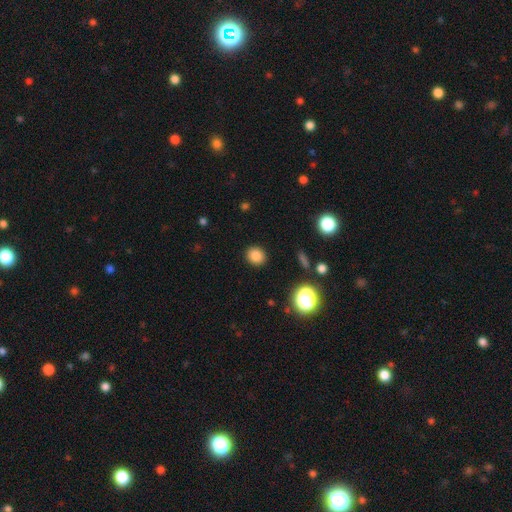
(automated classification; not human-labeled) Smooth or featured?
  - smooth: 83% *
  - star or artifact: 12%
  - featured or disk: 4%
How rounded?
  - round: 79% *
  - in between: 20%
  - cigar-shaped: 1%
Merging?
  - none: 90% *
  - minor disturbance: 6%
  - major disturbance: 2%
  - merger: 1%